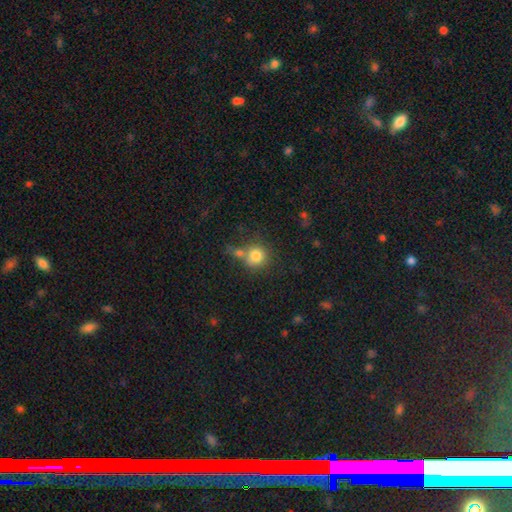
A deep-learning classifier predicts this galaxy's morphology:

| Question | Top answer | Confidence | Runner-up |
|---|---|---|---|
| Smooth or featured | smooth | 81% | star or artifact (11%) |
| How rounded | round | 89% | in between (10%) |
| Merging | none | 54% | merger (27%) |